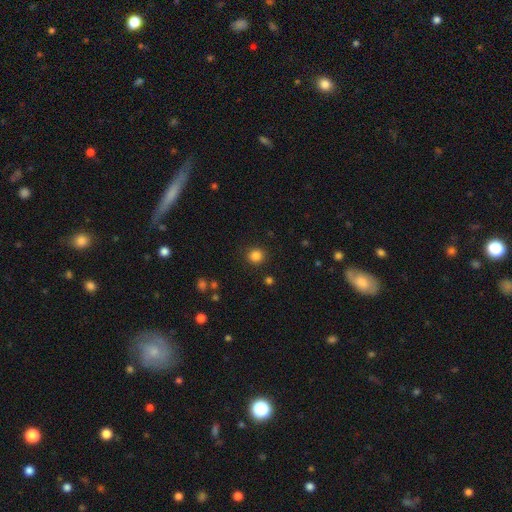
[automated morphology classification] smooth 84%, star or artifact 12%, featured or disk 4%. Down the decision tree: how rounded — round (90%); merging — none (90%).